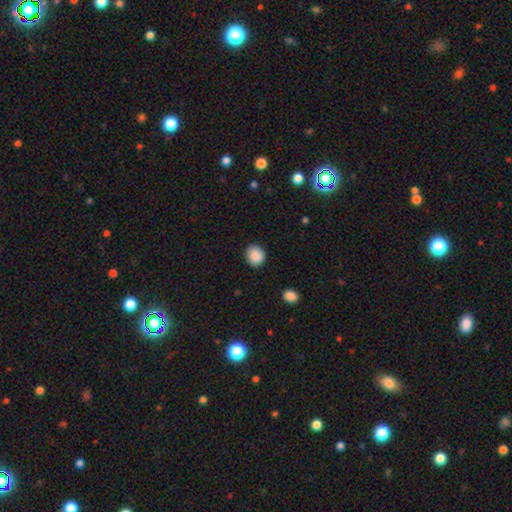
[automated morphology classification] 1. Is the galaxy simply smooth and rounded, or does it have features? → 89% smooth, 8% star or artifact, 3% featured or disk.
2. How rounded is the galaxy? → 78% round, 21% in between, 1% cigar-shaped.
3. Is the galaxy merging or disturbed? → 89% none, 7% minor disturbance, 2% major disturbance, 1% merger.